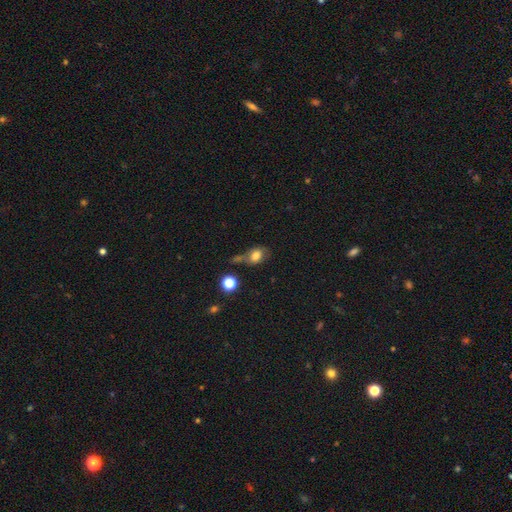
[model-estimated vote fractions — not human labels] Q: Smooth or featured?
A: smooth (74%); runner-up: featured or disk (14%)
Q: How rounded?
A: in between (68%); runner-up: round (30%)
Q: Merging?
A: none (39%); runner-up: merger (27%)